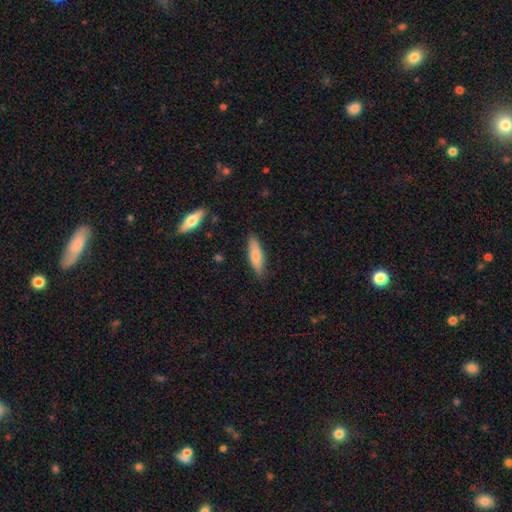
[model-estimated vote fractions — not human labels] Morphology: type=smooth (77%); roundness=cigar-shaped (53%); merging=none (81%).